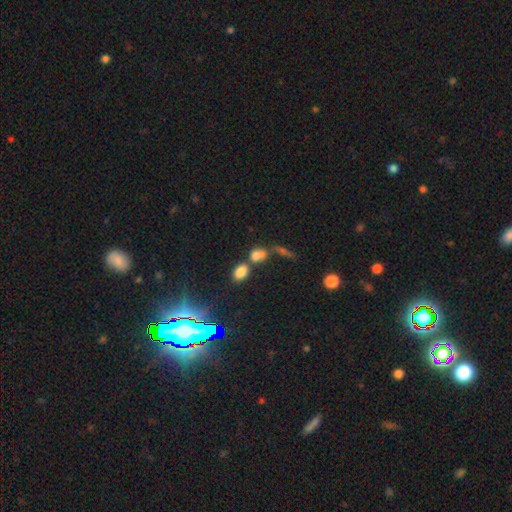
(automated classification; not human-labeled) Smooth or featured: smooth — 71% (star or artifact — 16%)
How rounded: in between — 64% (round — 31%)
Merging: merger — 53% (none — 31%)